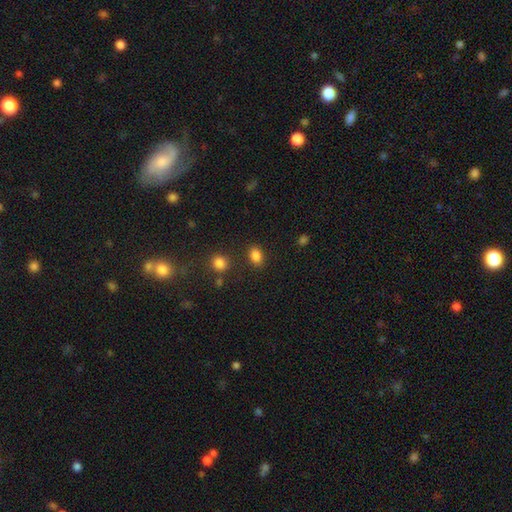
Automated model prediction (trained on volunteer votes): A smooth galaxy with no disk features (85%) that is in between round and cigar-shaped (76%). Merging: none (82%).